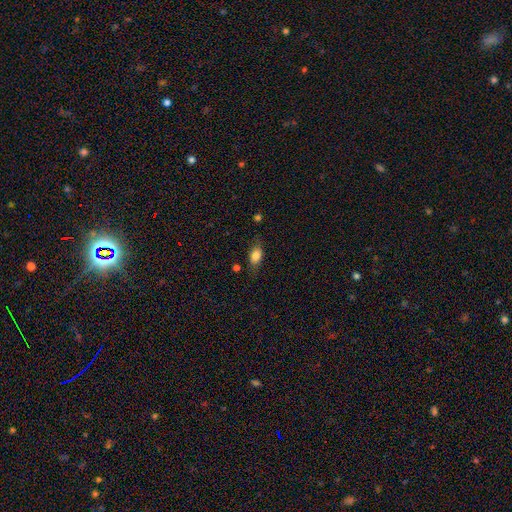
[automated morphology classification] Smooth or featured: smooth — 80% (featured or disk — 12%)
How rounded: in between — 81% (round — 11%)
Merging: none — 71% (minor disturbance — 20%)